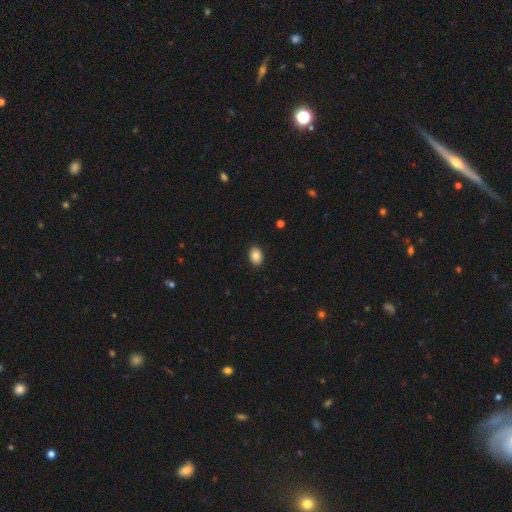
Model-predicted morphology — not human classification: smooth-or-featured: smooth: 85% | star or artifact: 8% | featured or disk: 6%
  how-rounded: in between: 74% | round: 25% | cigar-shaped: 1%
  merging: none: 90% | minor disturbance: 7% | major disturbance: 2% | merger: 1%